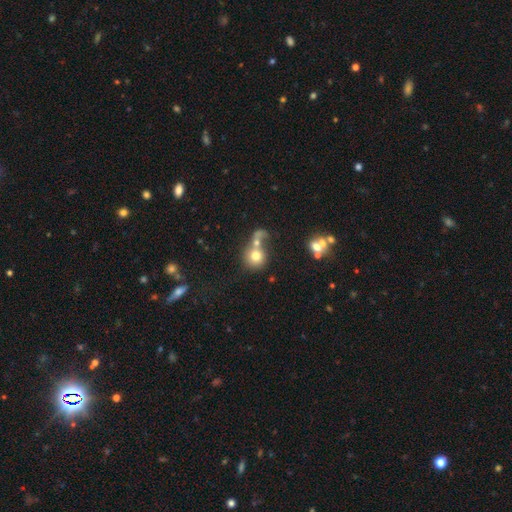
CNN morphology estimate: This appears to be a smooth galaxy with no disk features (71%) that is round (84%). Merging: merger (51%).